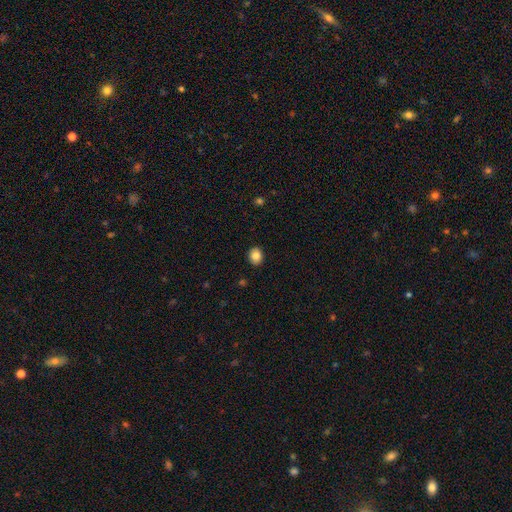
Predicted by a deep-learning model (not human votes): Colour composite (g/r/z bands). It shows a smooth galaxy with no disk features (86%) that is round (60%). Merging: none (90%).